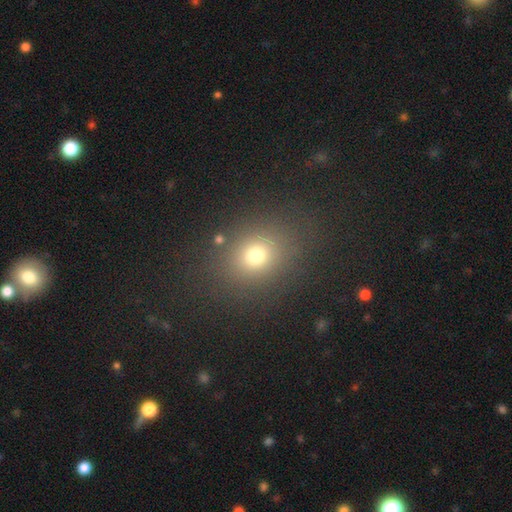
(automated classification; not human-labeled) A smooth galaxy with no disk features (73%) that is round (59%). Merging: none (82%).